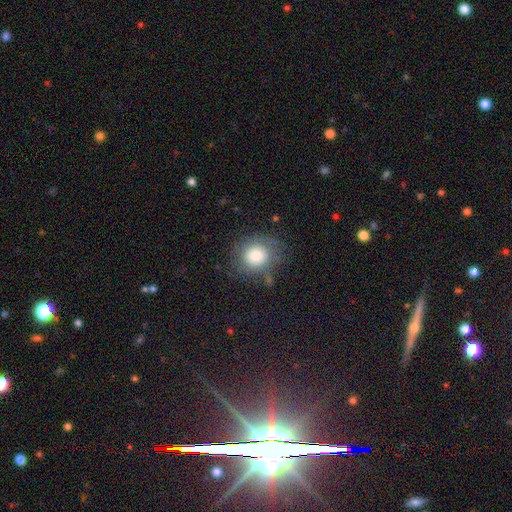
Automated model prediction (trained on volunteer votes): Smooth or featured? smooth (80%)
How rounded? round (71%)
Merging? none (66%)